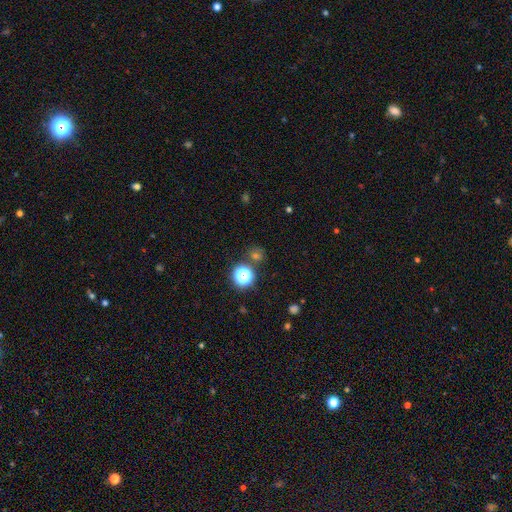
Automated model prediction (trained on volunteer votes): Smooth or featured? Predicted: smooth (p=0.54). How rounded? Predicted: round (p=0.86). Merging? Predicted: none (p=0.77).